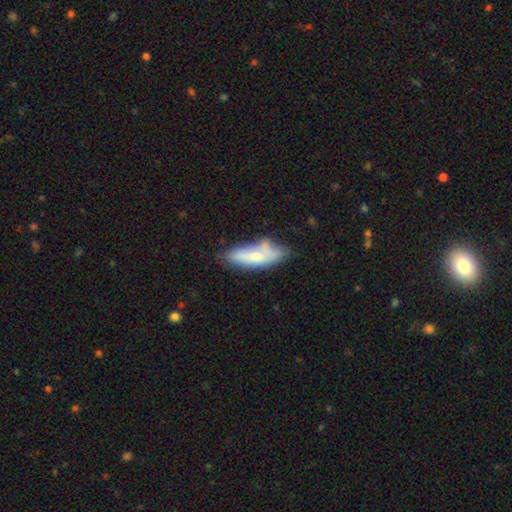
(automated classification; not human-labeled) Smooth or featured: smooth — 61% (featured or disk — 32%)
How rounded: in between — 54% (cigar-shaped — 43%)
Merging: none — 47% (minor disturbance — 28%)